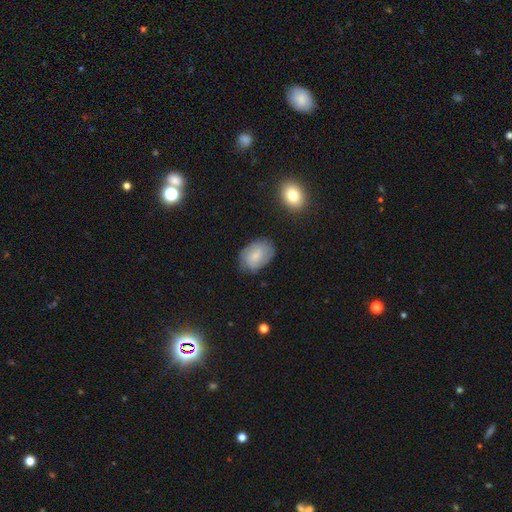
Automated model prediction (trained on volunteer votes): Smooth or featured? smooth (57%)
How rounded? in between (80%)
Merging? none (72%)